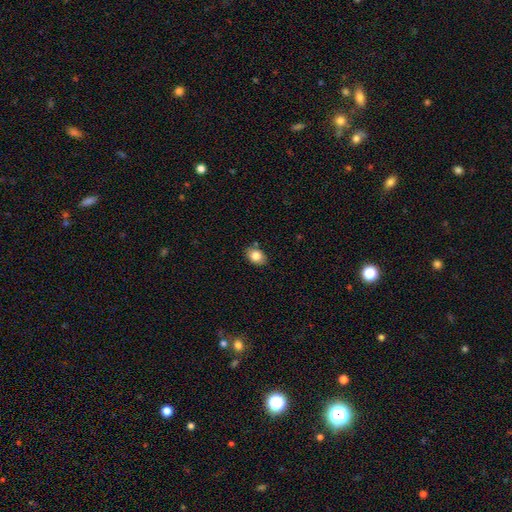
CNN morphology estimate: smooth-or-featured: smooth: 82% | featured or disk: 9% | star or artifact: 9%
  how-rounded: in between: 75% | round: 24% | cigar-shaped: 1%
  merging: none: 83% | minor disturbance: 11% | merger: 3% | major disturbance: 2%